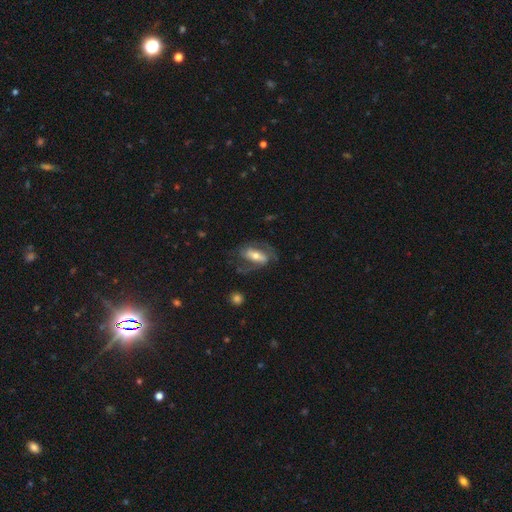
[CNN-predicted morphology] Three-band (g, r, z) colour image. It shows a featured or disk galaxy (68%) with a strong bar (50%), 2 (82%) medium (47%) spiral arms (83%) and a moderate central bulge (58%). Merging: none (60%).